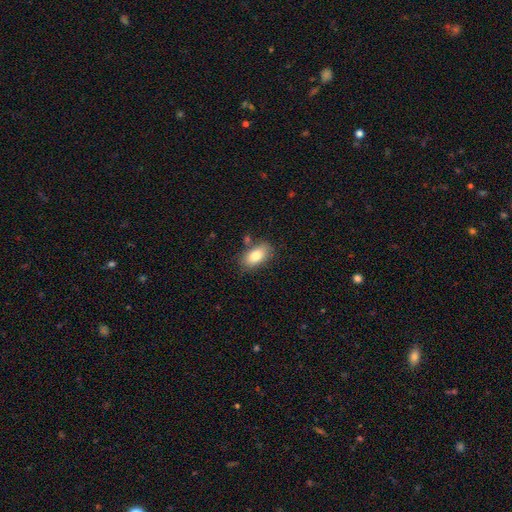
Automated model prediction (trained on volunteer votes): The model was most divided on "merging": none: 76%, minor disturbance: 15%, merger: 6%, major disturbance: 4%. More confident: how rounded — in between (91%); smooth or featured — smooth (82%).